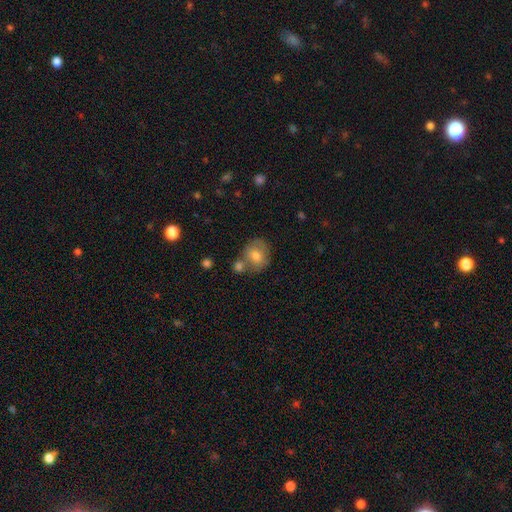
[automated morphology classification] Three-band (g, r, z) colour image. It shows a smooth galaxy with no disk features (72%) that is round (69%). Merging: none (50%).